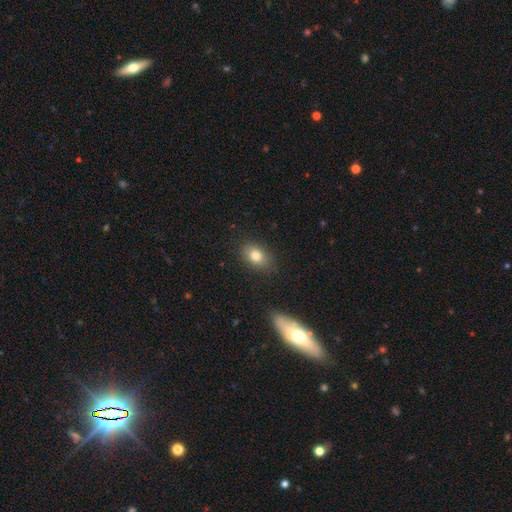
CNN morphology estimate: Smooth or featured? Predicted: smooth (p=0.81). How rounded? Predicted: in between (p=0.77). Merging? Predicted: none (p=0.83).